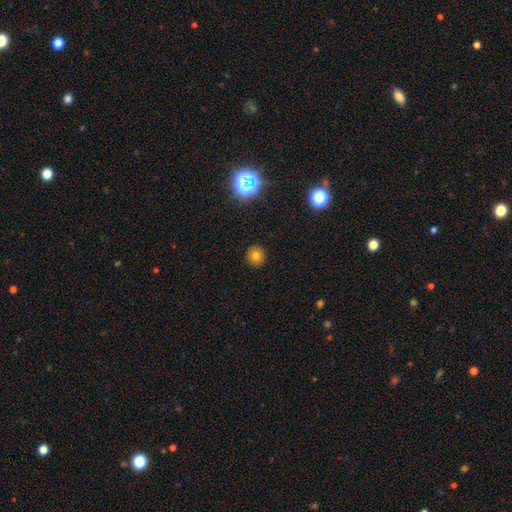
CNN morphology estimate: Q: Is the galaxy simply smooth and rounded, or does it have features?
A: smooth — 74%.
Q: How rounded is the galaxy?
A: round — 93%.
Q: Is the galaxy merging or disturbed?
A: none — 91%.